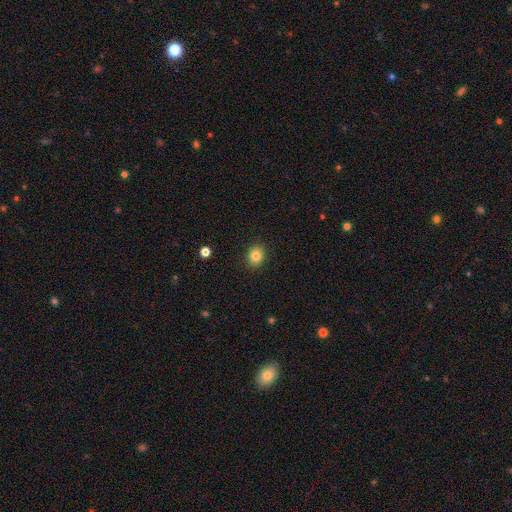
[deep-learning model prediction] This appears to be a smooth galaxy with no disk features (83%) that is round (65%). Merging: none (90%).